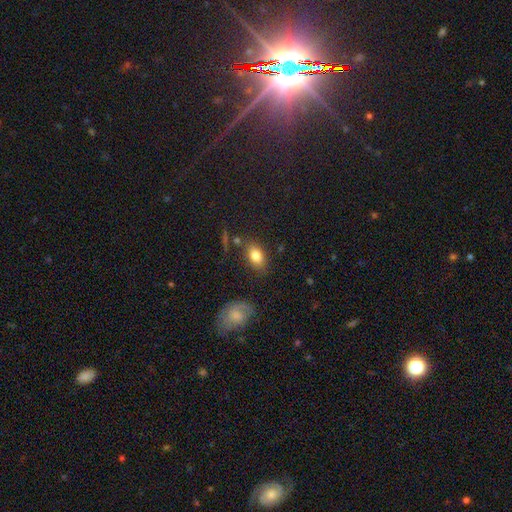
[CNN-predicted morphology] The model was most divided on "merging": none: 77%, minor disturbance: 14%, merger: 5%, major disturbance: 4%. More confident: how rounded — in between (85%); smooth or featured — smooth (81%).